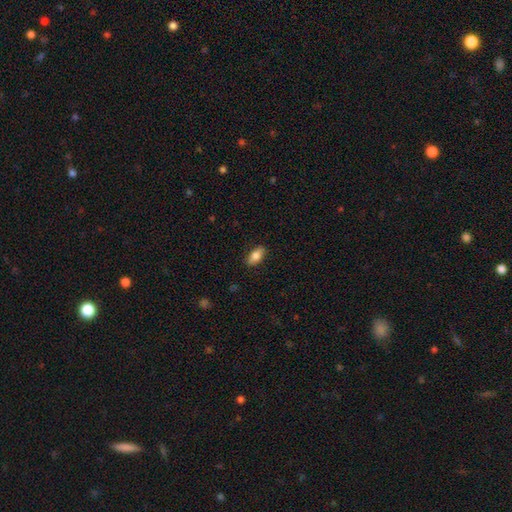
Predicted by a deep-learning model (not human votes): This appears to be a smooth galaxy with no disk features (78%) that is in between round and cigar-shaped (86%). Merging: none (87%).